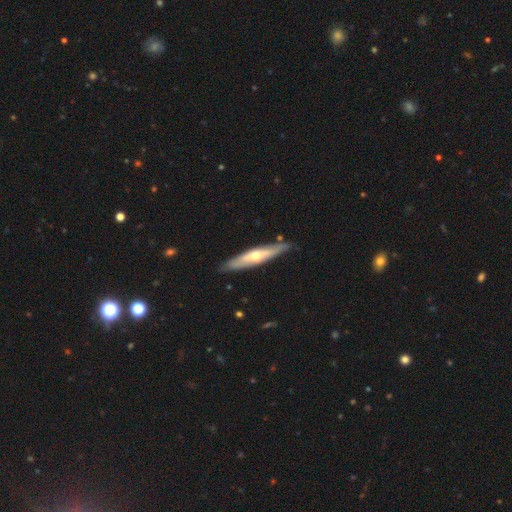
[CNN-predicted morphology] Smooth or featured?
  - featured or disk: 61% *
  - smooth: 34%
  - star or artifact: 5%
Edge-on disk?
  - yes: 81% *
  - no: 19%
Merging?
  - none: 84% *
  - minor disturbance: 12%
  - major disturbance: 2%
  - merger: 2%